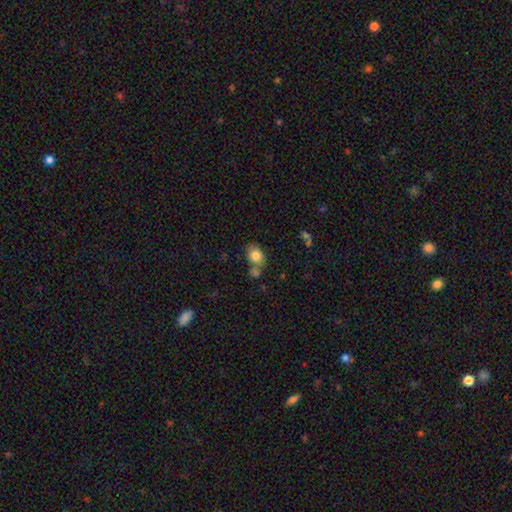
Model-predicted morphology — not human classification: Smooth or featured: smooth — 80% (featured or disk — 11%)
How rounded: in between — 59% (round — 40%)
Merging: none — 55% (merger — 23%)